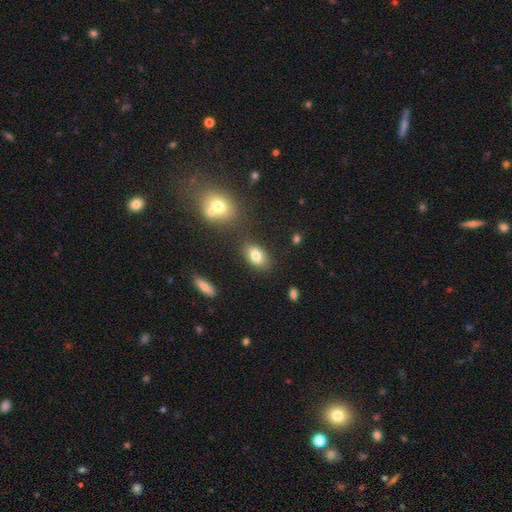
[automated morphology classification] smooth-or-featured: smooth: 79% | featured or disk: 12% | star or artifact: 9%
  how-rounded: in between: 88% | round: 9% | cigar-shaped: 3%
  merging: none: 77% | minor disturbance: 13% | merger: 6% | major disturbance: 4%